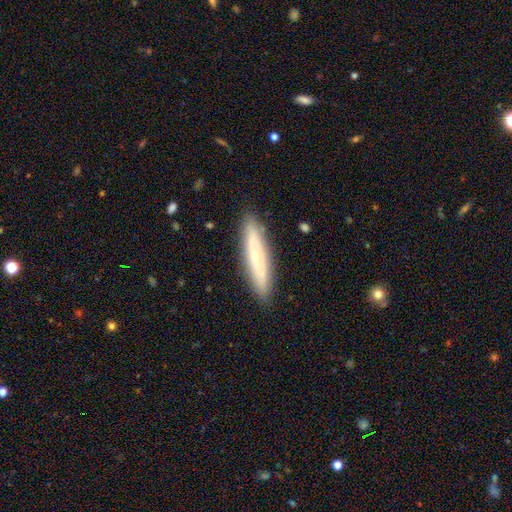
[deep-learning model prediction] This appears to be a smooth galaxy with no disk features (64%) that is cigar-shaped (87%). Merging: none (88%).